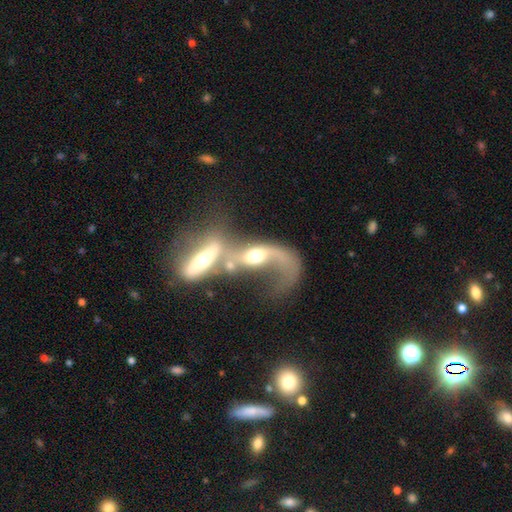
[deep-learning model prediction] Overall: featured or disk (69%). Edge-on disk: no (85%). Bar: no (58%; weak 28%). Spiral arms: yes (75%). Bulge size: moderate (60%; large 21%). Merging: merger (70%).